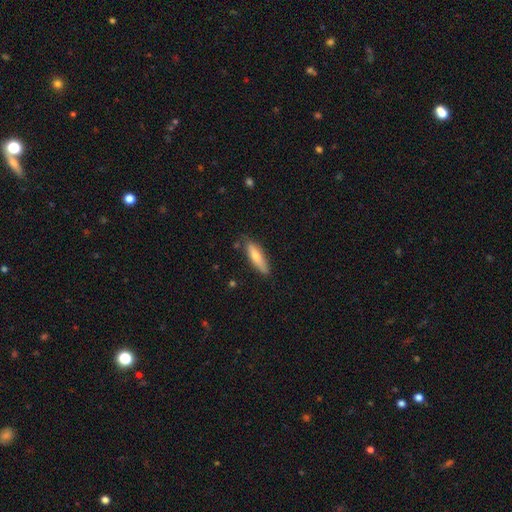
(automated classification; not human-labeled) Smooth or featured? smooth (66%)
How rounded? cigar-shaped (67%)
Merging? none (80%)